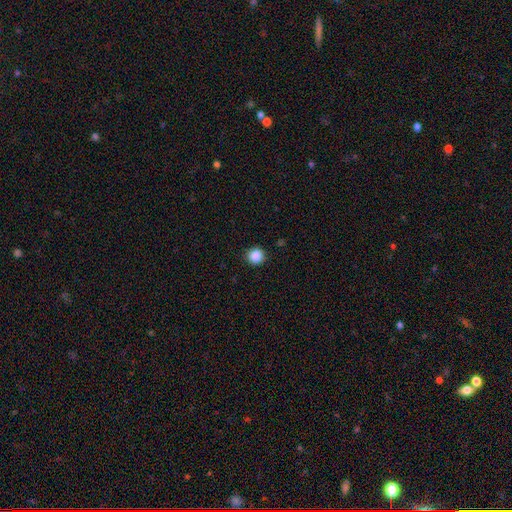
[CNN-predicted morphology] smooth 87%, star or artifact 10%, featured or disk 3%. Down the decision tree: how rounded — round (91%); merging — none (89%).